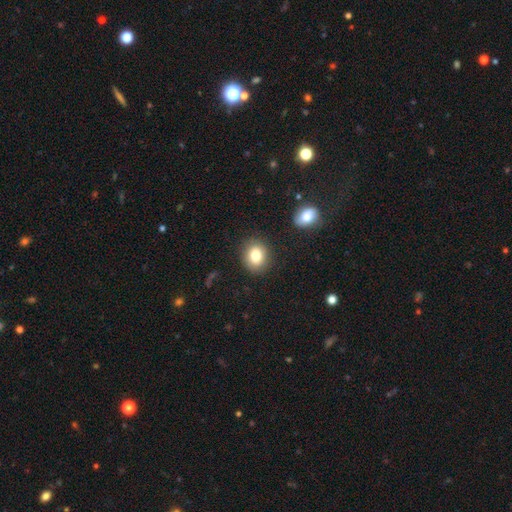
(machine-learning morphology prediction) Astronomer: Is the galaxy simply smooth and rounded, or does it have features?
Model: smooth — 81%.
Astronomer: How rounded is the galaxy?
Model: round — 64%.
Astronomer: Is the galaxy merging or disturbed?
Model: none — 86%.